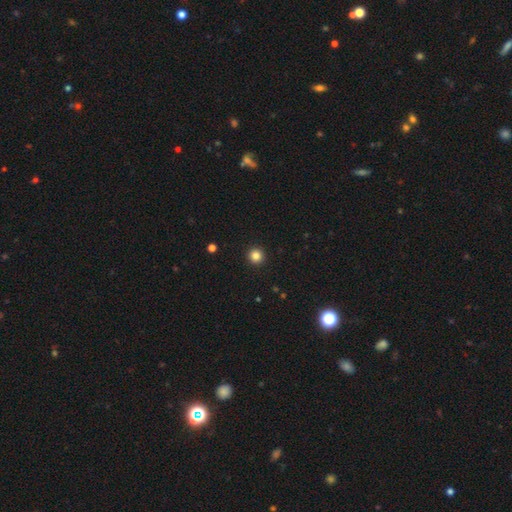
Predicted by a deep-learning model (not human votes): smooth_or_featured: smooth (p=0.84) [alt: star or artifact p=0.12]
how_rounded: round (p=0.96) [alt: in between p=0.03]
merging: none (p=0.94) [alt: minor disturbance p=0.04]